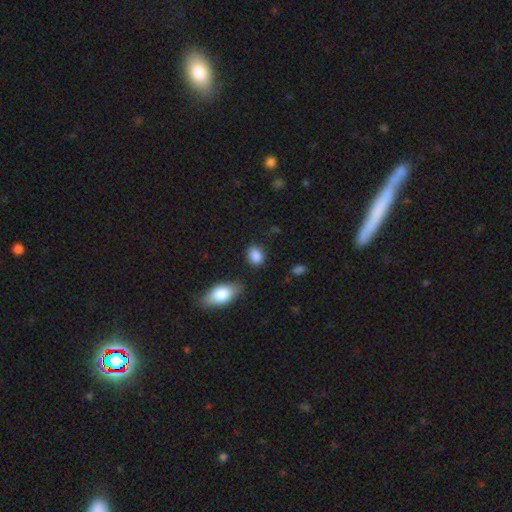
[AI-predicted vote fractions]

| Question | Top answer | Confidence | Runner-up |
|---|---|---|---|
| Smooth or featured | smooth | 87% | star or artifact (8%) |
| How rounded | in between | 64% | round (34%) |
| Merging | none | 79% | minor disturbance (14%) |